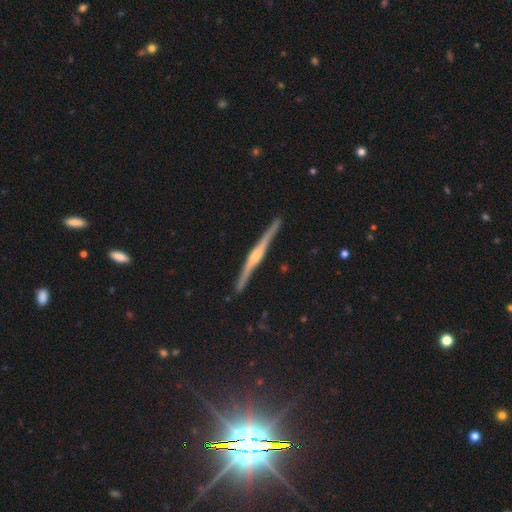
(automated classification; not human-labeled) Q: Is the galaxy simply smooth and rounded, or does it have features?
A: featured or disk — 83%.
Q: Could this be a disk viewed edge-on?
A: yes — 98%.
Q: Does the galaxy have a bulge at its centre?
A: rounded — 70%.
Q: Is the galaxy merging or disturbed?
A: none — 91%.